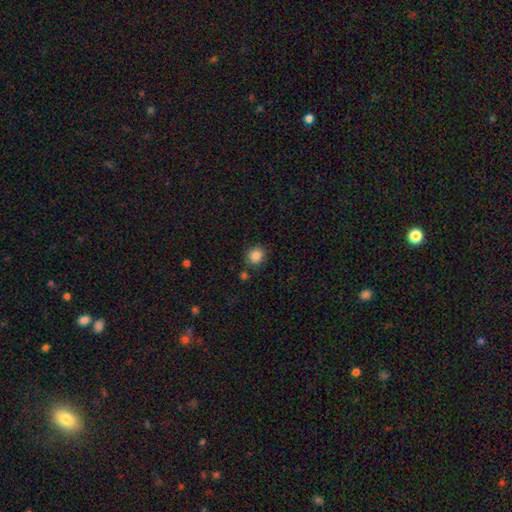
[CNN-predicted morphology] Smooth or featured: smooth — 86% (star or artifact — 10%)
How rounded: round — 81% (in between — 18%)
Merging: none — 82% (minor disturbance — 10%)